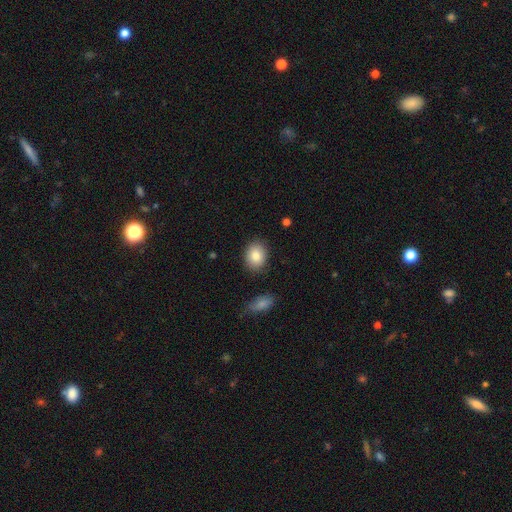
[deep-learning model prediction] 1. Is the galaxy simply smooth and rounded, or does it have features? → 84% smooth, 8% featured or disk, 8% star or artifact.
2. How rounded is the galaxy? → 58% in between, 41% round, 1% cigar-shaped.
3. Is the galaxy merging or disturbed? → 86% none, 9% minor disturbance, 2% major disturbance, 2% merger.